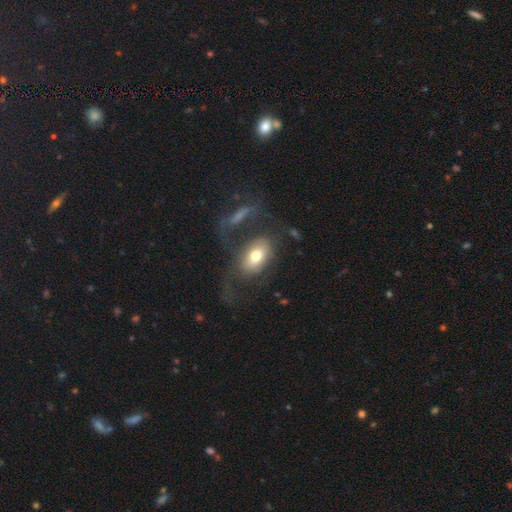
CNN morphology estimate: Smooth or featured: smooth — 63% (featured or disk — 29%)
How rounded: in between — 87% (round — 11%)
Merging: none — 42% (major disturbance — 33%)